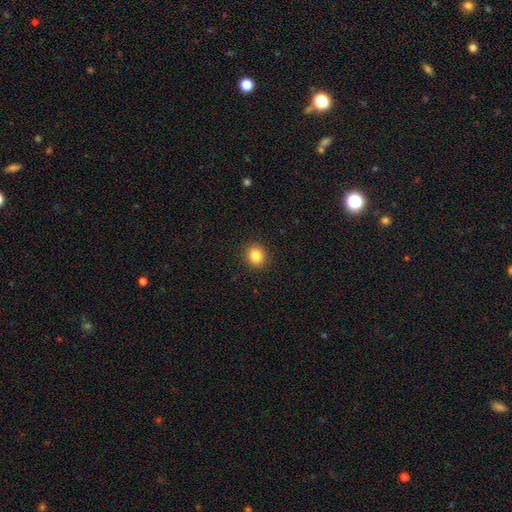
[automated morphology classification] Smooth or featured?
  - smooth: 84% *
  - star or artifact: 10%
  - featured or disk: 6%
How rounded?
  - round: 78% *
  - in between: 21%
  - cigar-shaped: 1%
Merging?
  - none: 91% *
  - minor disturbance: 6%
  - major disturbance: 2%
  - merger: 1%